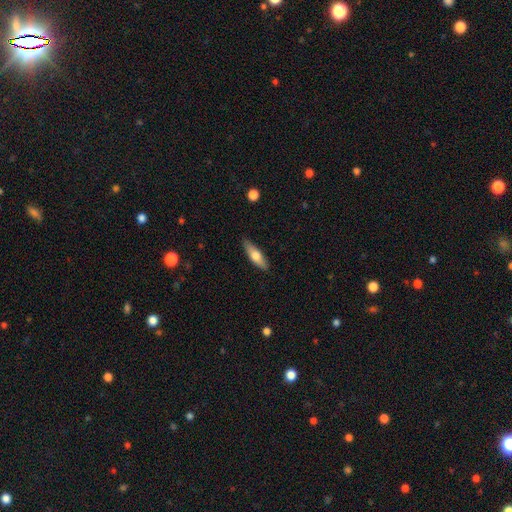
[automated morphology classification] Q: Smooth or featured?
A: smooth (63%); runner-up: featured or disk (31%)
Q: How rounded?
A: cigar-shaped (54%); runner-up: in between (44%)
Q: Merging?
A: none (87%); runner-up: minor disturbance (10%)